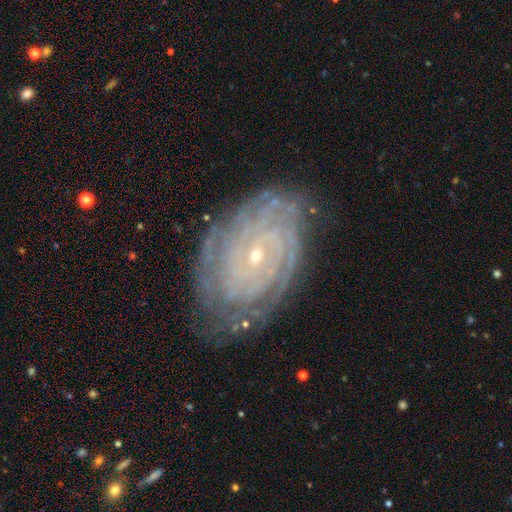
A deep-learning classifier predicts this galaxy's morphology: This appears to be a featured or disk galaxy (87%) with no bar (69%), tight (86%) spiral arms (97%) and a small central bulge (81%). Merging: none (77%).